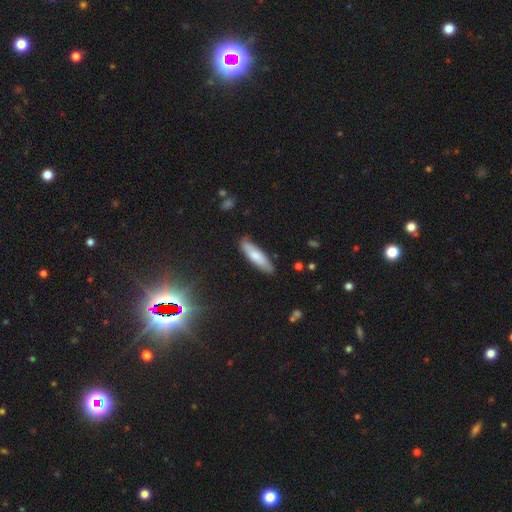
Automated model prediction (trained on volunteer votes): Smooth or featured?
  - smooth: 72% *
  - featured or disk: 22%
  - star or artifact: 6%
How rounded?
  - cigar-shaped: 65% *
  - in between: 34%
  - round: 1%
Merging?
  - none: 83% *
  - minor disturbance: 13%
  - major disturbance: 2%
  - merger: 2%